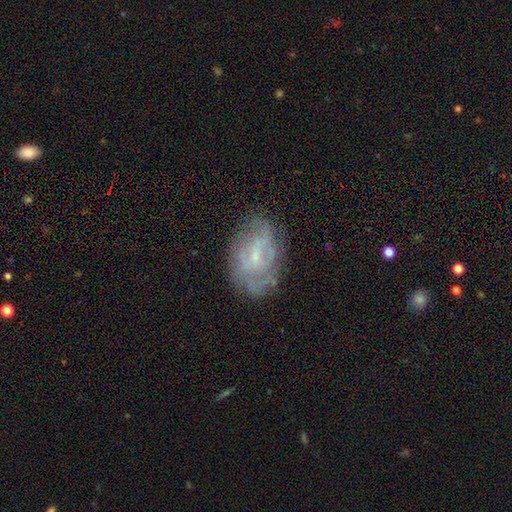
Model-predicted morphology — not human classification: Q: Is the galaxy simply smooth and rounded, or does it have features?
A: featured or disk — 65%.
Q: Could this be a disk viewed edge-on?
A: no — 96%.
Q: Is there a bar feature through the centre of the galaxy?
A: no — 49%.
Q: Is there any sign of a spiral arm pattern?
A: yes — 60%.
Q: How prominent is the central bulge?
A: small — 62%.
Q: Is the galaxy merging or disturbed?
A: none — 63%.